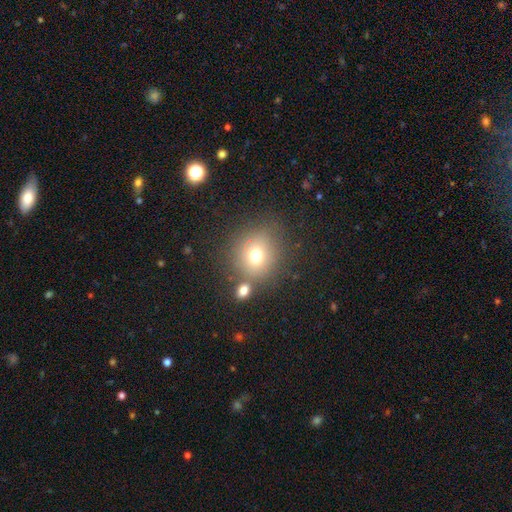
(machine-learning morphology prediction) The model was most divided on "merging": none: 68%, merger: 15%, minor disturbance: 12%, major disturbance: 5%. More confident: how rounded — round (80%); smooth or featured — smooth (72%).